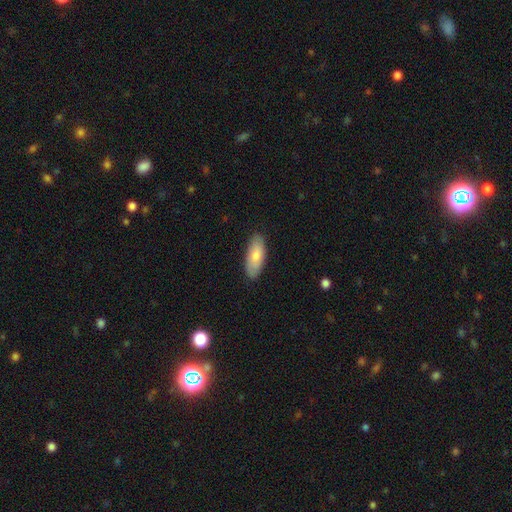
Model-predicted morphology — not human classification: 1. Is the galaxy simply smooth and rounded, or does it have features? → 76% smooth, 18% featured or disk, 5% star or artifact.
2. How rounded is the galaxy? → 82% in between, 16% cigar-shaped, 2% round.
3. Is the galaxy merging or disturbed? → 86% none, 11% minor disturbance, 2% major disturbance, 1% merger.